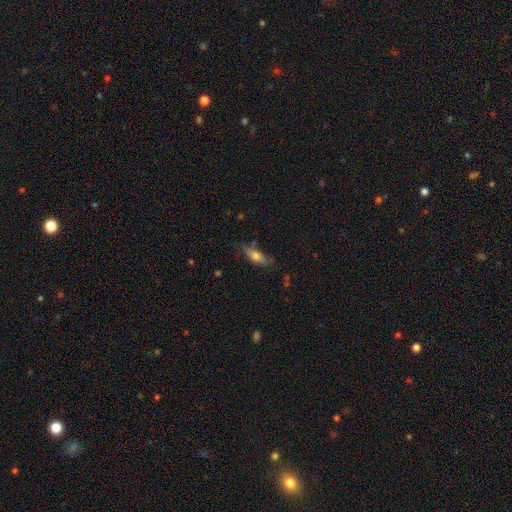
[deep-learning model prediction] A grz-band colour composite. It shows a smooth galaxy with no disk features (61%) that is in between round and cigar-shaped (60%). Merging: none (65%).